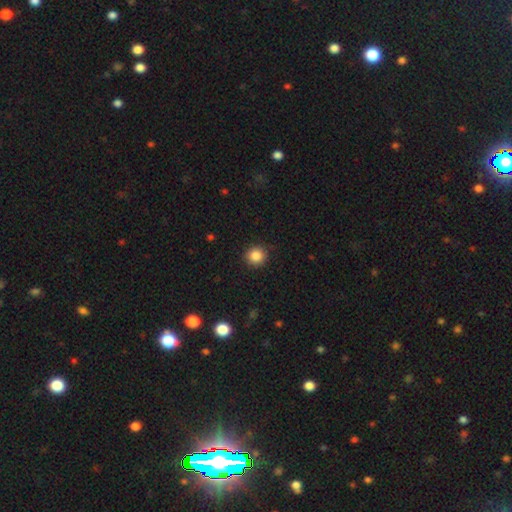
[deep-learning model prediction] smooth_or_featured: smooth (p=0.85) [alt: star or artifact p=0.11]
how_rounded: round (p=0.92) [alt: in between p=0.07]
merging: none (p=0.90) [alt: minor disturbance p=0.07]